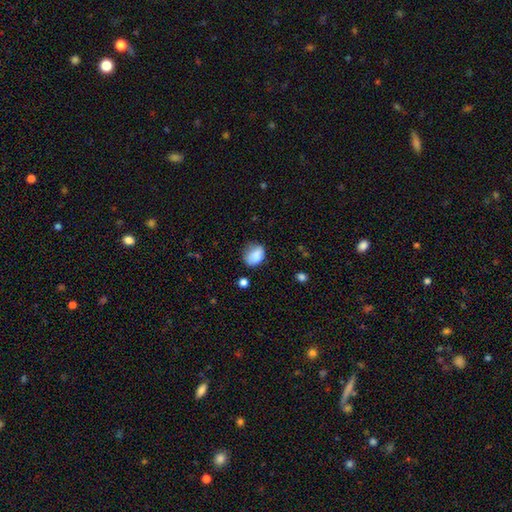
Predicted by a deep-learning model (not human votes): smooth-or-featured: smooth: 83% | star or artifact: 9% | featured or disk: 8%
  how-rounded: in between: 65% | round: 34% | cigar-shaped: 1%
  merging: none: 55% | minor disturbance: 32% | major disturbance: 9% | merger: 3%